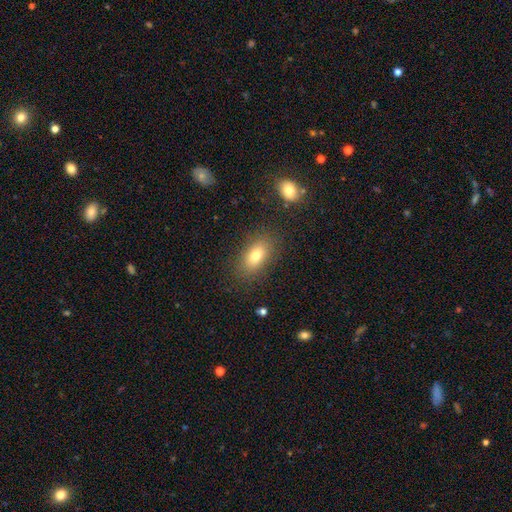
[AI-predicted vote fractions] Smooth or featured?
  - smooth: 76% *
  - featured or disk: 14%
  - star or artifact: 10%
How rounded?
  - in between: 85% *
  - round: 10%
  - cigar-shaped: 4%
Merging?
  - none: 83% *
  - minor disturbance: 11%
  - major disturbance: 4%
  - merger: 2%